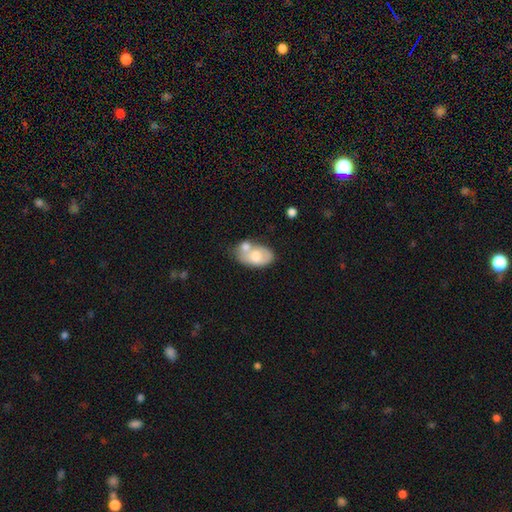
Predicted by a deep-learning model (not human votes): smooth-or-featured: smooth: 61% | featured or disk: 33% | star or artifact: 6%
  how-rounded: in between: 91% | round: 8% | cigar-shaped: 1%
  merging: merger: 47% | none: 27% | minor disturbance: 17% | major disturbance: 8%